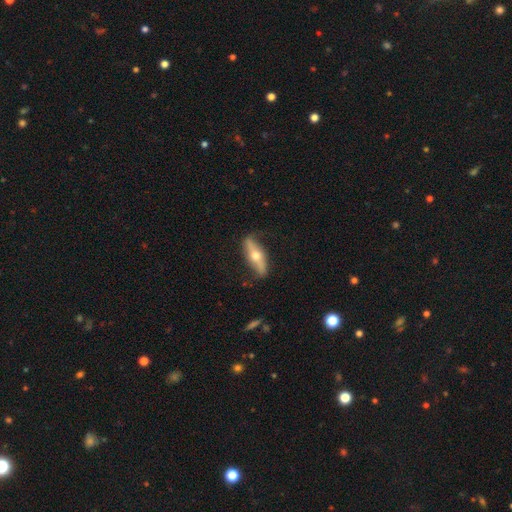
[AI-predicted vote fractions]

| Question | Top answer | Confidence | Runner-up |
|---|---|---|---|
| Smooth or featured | featured or disk | 61% | smooth (33%) |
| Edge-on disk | yes | 62% | no (38%) |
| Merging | none | 77% | minor disturbance (17%) |